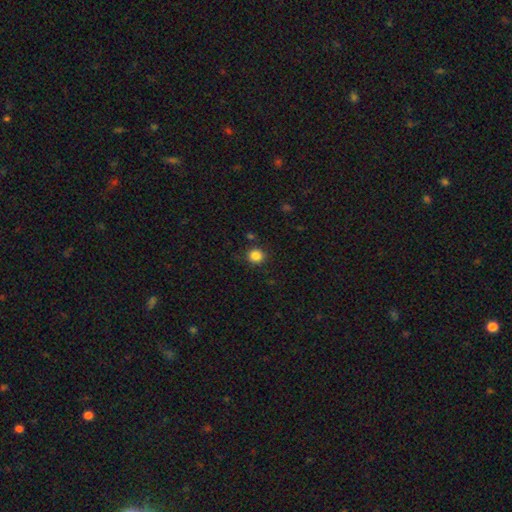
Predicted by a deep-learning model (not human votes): Smooth or featured? smooth (85%)
How rounded? round (89%)
Merging? none (88%)